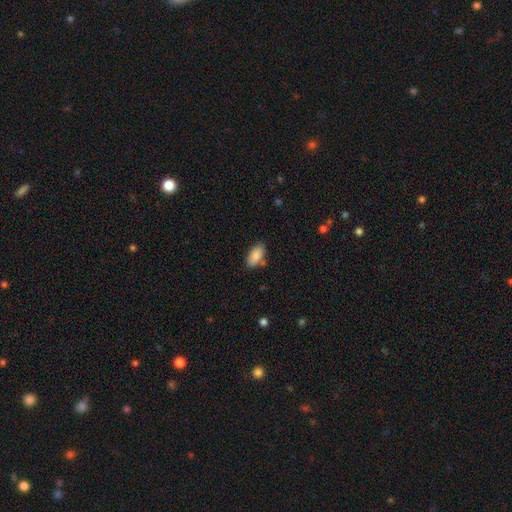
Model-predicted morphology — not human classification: Smooth or featured?
  - smooth: 87% *
  - star or artifact: 7%
  - featured or disk: 6%
How rounded?
  - in between: 92% *
  - cigar-shaped: 5%
  - round: 3%
Merging?
  - none: 75% *
  - minor disturbance: 16%
  - merger: 6%
  - major disturbance: 3%